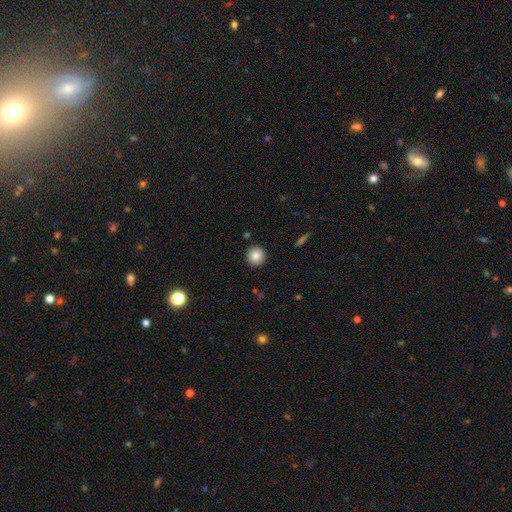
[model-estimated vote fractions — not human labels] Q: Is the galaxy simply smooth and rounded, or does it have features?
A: smooth — 85%.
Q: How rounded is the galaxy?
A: round — 94%.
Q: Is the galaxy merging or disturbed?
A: none — 91%.